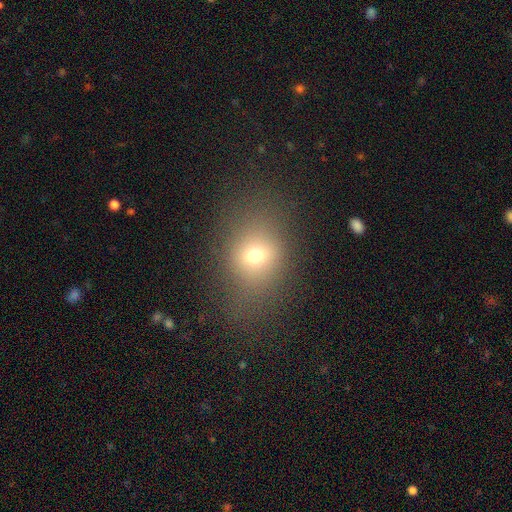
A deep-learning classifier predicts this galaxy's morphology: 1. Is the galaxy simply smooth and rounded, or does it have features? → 66% smooth, 18% star or artifact, 16% featured or disk.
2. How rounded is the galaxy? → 52% round, 47% in between, 2% cigar-shaped.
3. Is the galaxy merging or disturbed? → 69% none, 17% minor disturbance, 11% major disturbance, 2% merger.